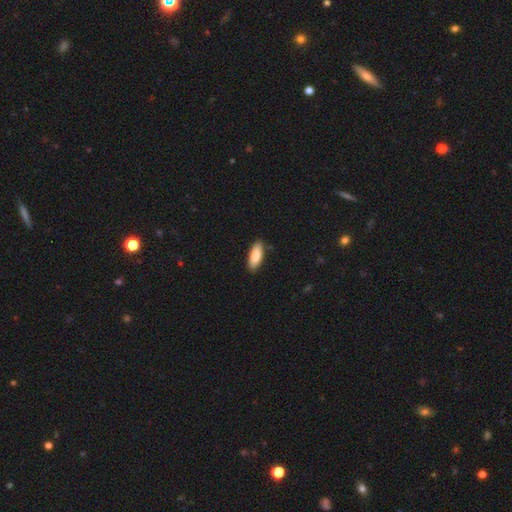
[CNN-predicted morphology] type=smooth (85%); roundness=in between (76%); merging=none (87%).